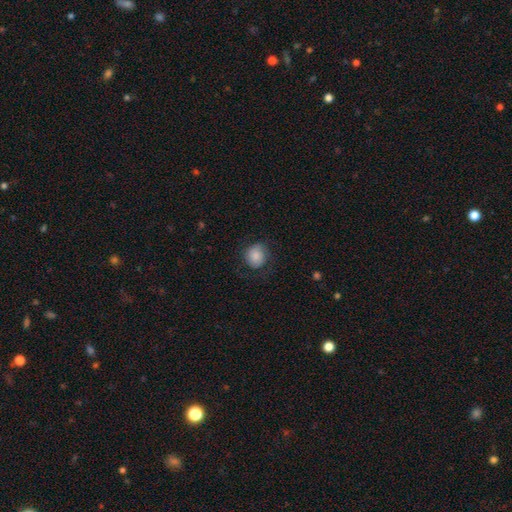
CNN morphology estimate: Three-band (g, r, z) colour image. It shows a smooth galaxy with no disk features (83%) that is round (79%). Merging: none (71%).